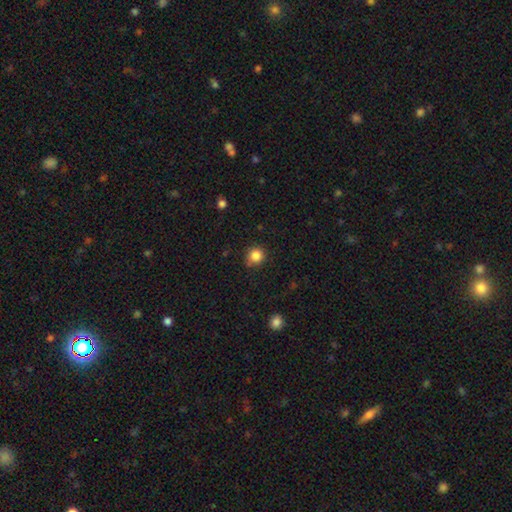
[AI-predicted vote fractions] smooth 85%, star or artifact 11%, featured or disk 4%. Down the decision tree: how rounded — round (90%); merging — none (79%).